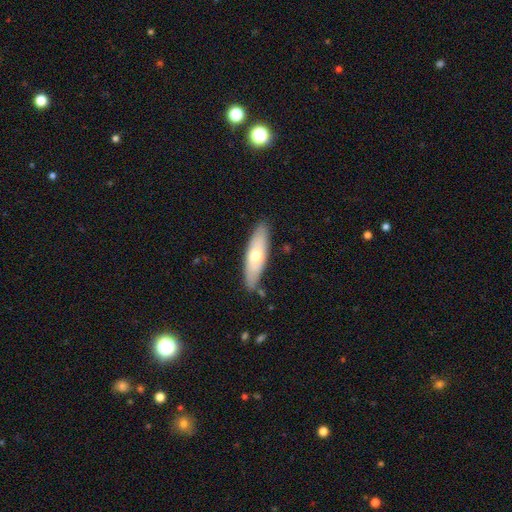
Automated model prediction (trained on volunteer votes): A smooth galaxy with no disk features (57%) that is cigar-shaped (55%).

Vote fractions:
- Smooth or featured? smooth: 57% / featured or disk: 37% / star or artifact: 6%
- How rounded? cigar-shaped: 55% / in between: 43% / round: 2%
- Merging? none: 81% / minor disturbance: 15% / major disturbance: 3% / merger: 2%